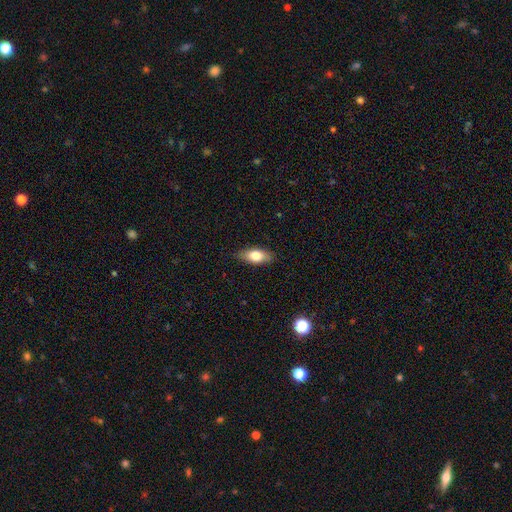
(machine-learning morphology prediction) This appears to be a smooth galaxy with no disk features (77%) that is in between round and cigar-shaped (85%). Merging: none (85%).